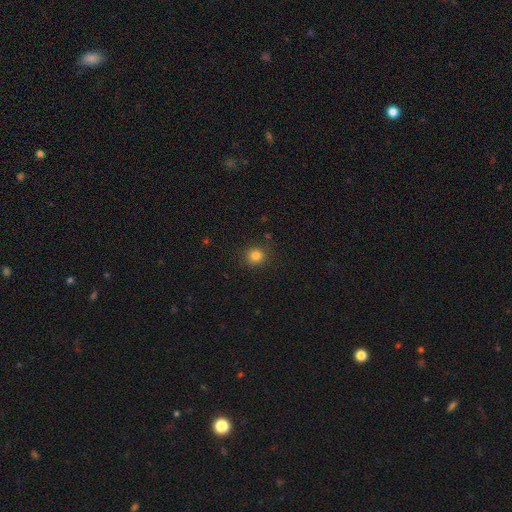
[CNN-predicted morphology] Smooth or featured? smooth (82%)
How rounded? round (90%)
Merging? none (89%)